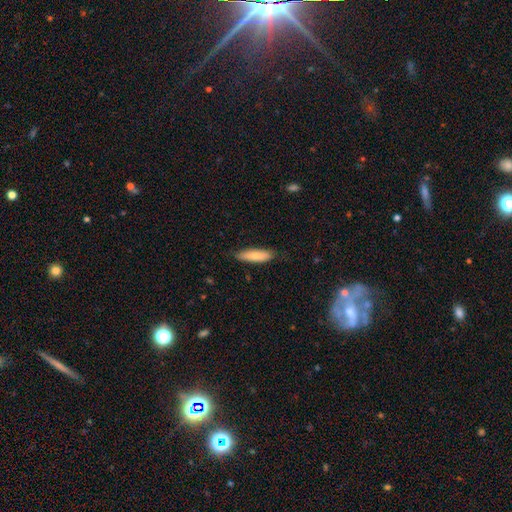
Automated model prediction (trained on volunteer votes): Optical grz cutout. It shows a smooth galaxy with no disk features (77%) that is cigar-shaped (60%). Merging: none (81%).